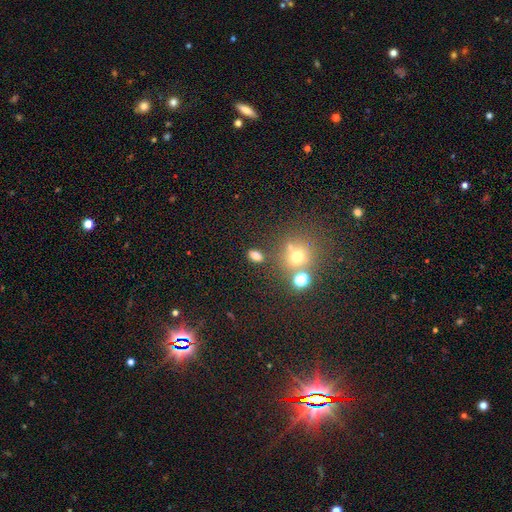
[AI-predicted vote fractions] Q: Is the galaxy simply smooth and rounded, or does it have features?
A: smooth — 76%.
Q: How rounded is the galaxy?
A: in between — 81%.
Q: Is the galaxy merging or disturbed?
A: none — 79%.